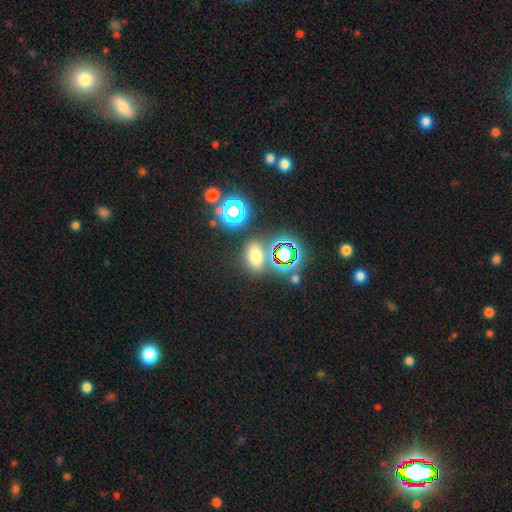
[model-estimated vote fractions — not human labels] smooth_or_featured: smooth (p=0.58) [alt: star or artifact p=0.32]
how_rounded: in between (p=0.71) [alt: round p=0.26]
merging: none (p=0.75) [alt: minor disturbance p=0.11]